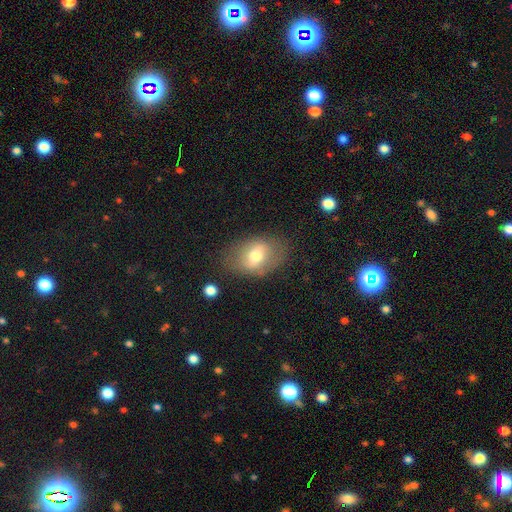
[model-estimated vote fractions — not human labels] This appears to be a smooth galaxy with no disk features (57%) that is in between round and cigar-shaped (79%). Merging: none (75%).